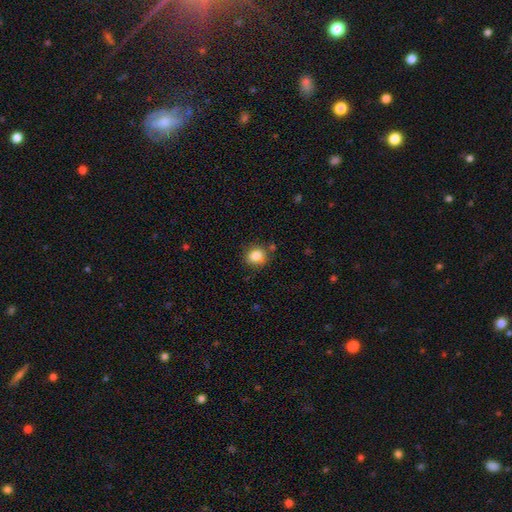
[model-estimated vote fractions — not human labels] Q: Smooth or featured?
A: smooth (85%); runner-up: star or artifact (10%)
Q: How rounded?
A: round (76%); runner-up: in between (23%)
Q: Merging?
A: none (81%); runner-up: minor disturbance (12%)